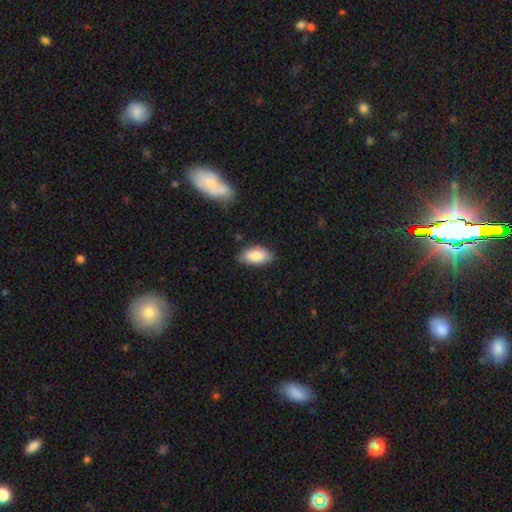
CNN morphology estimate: Overall: smooth (84%). How rounded: in between (92%). Merging: none (76%).